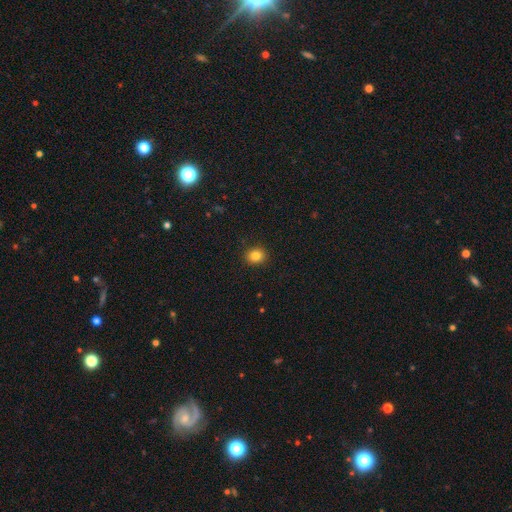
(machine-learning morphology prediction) A smooth galaxy with no disk features (83%) that is round (70%).

Vote fractions:
- Smooth or featured? smooth: 83% / star or artifact: 11% / featured or disk: 6%
- How rounded? round: 70% / in between: 29% / cigar-shaped: 1%
- Merging? none: 91% / minor disturbance: 6% / major disturbance: 2% / merger: 1%